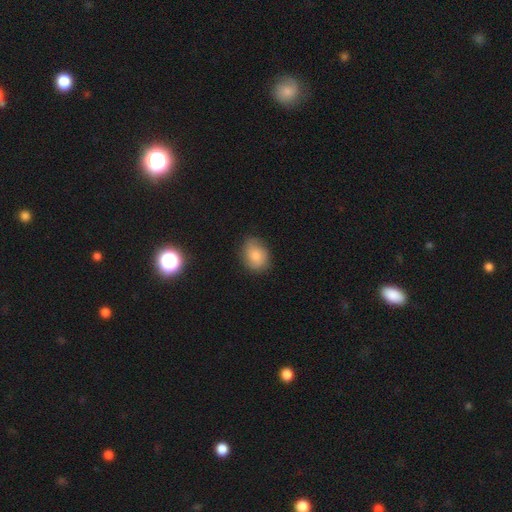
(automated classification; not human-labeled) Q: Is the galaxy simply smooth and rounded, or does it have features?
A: smooth — 67%.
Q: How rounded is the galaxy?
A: in between — 55%.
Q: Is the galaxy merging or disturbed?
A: none — 77%.